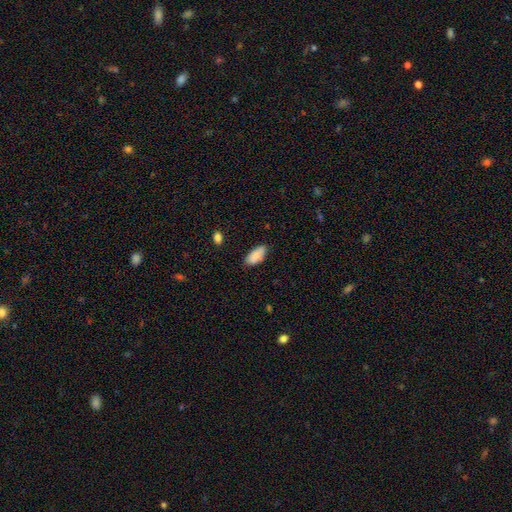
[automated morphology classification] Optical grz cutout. It shows a smooth galaxy with no disk features (86%) that is in between round and cigar-shaped (89%). Merging: none (77%).